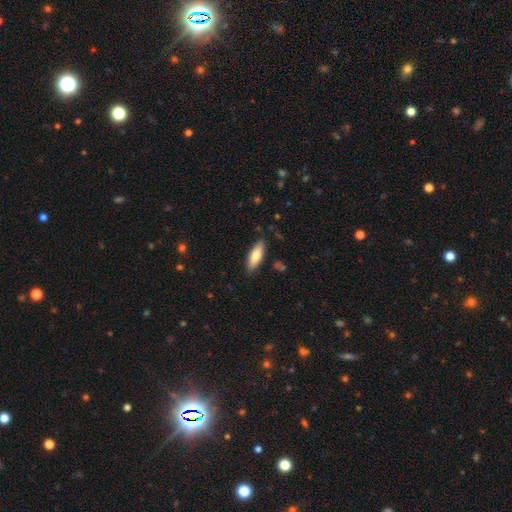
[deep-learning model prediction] smooth-or-featured: smooth: 75% | featured or disk: 19% | star or artifact: 6%
  how-rounded: in between: 59% | cigar-shaped: 39% | round: 2%
  merging: none: 85% | minor disturbance: 11% | major disturbance: 2% | merger: 2%